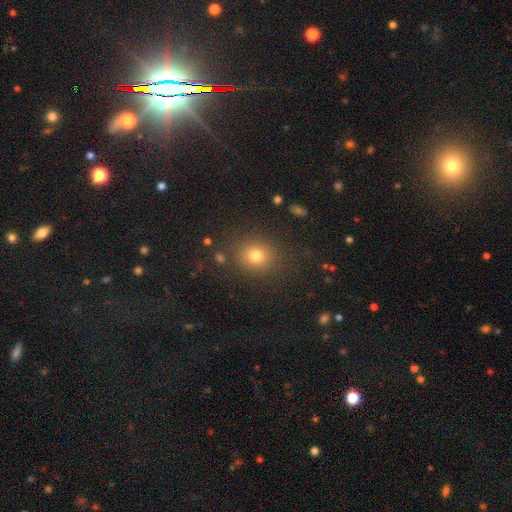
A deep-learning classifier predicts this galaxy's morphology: This appears to be a smooth galaxy with no disk features (75%) that is round (77%). Merging: none (84%).